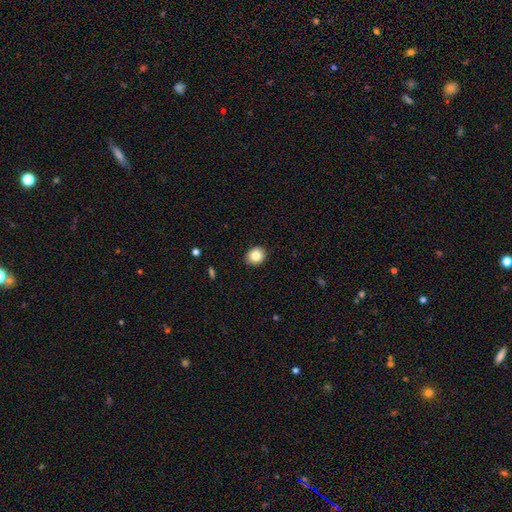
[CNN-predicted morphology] Smooth or featured?
  - smooth: 83% *
  - star or artifact: 10%
  - featured or disk: 8%
How rounded?
  - round: 77% *
  - in between: 22%
  - cigar-shaped: 1%
Merging?
  - none: 91% *
  - minor disturbance: 6%
  - major disturbance: 2%
  - merger: 1%